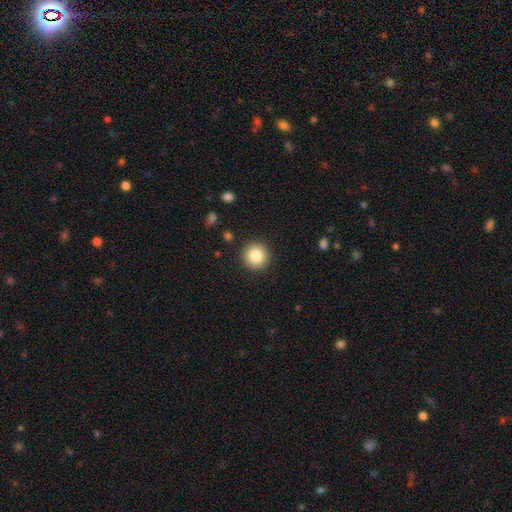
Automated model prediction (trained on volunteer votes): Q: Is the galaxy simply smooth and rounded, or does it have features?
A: smooth — 83%.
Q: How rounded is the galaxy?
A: round — 95%.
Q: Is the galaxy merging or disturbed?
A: none — 92%.